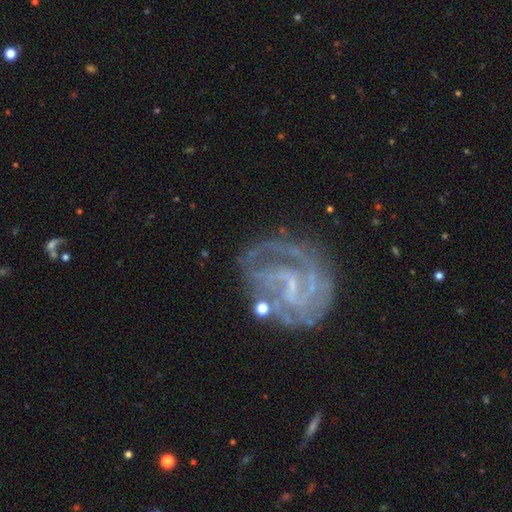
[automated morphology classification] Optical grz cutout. It shows a featured or disk galaxy (83%) with a weak bar (48%), 2 (38%) tight (45%) spiral arms (88%) and a small central bulge (46%). Merging: none (59%).